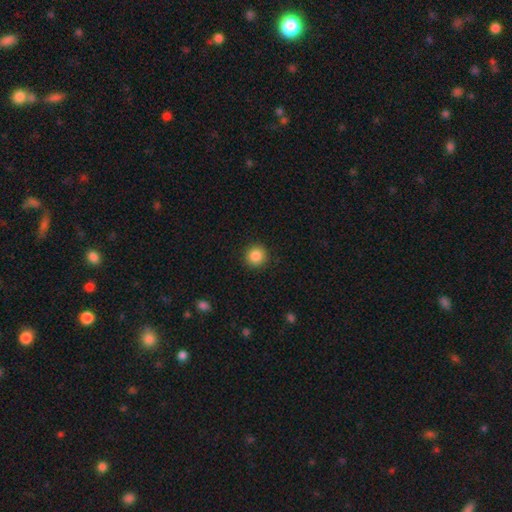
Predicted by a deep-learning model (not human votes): This appears to be a smooth galaxy with no disk features (87%) that is round (94%). Merging: none (92%).